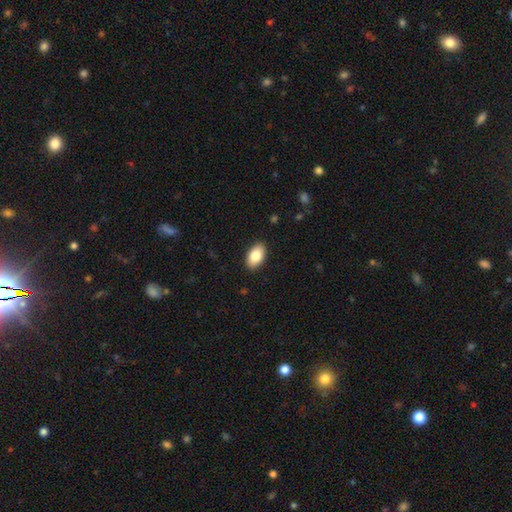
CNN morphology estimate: Smooth or featured?
  - smooth: 83% *
  - featured or disk: 10%
  - star or artifact: 7%
How rounded?
  - in between: 94% *
  - round: 5%
  - cigar-shaped: 2%
Merging?
  - none: 89% *
  - minor disturbance: 8%
  - major disturbance: 2%
  - merger: 1%